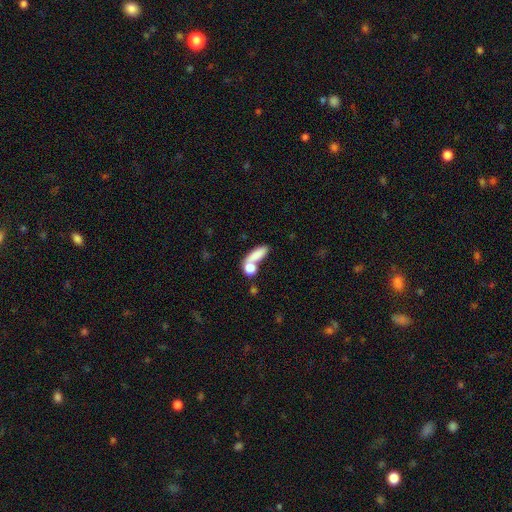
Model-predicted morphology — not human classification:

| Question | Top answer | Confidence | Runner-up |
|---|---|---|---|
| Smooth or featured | smooth | 79% | featured or disk (12%) |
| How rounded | in between | 56% | cigar-shaped (31%) |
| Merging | none | 42% | merger (39%) |